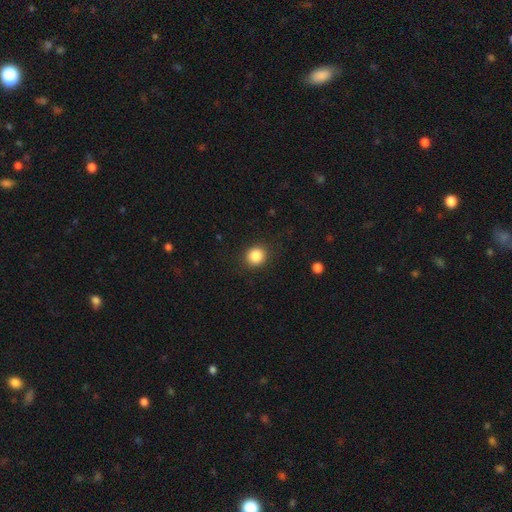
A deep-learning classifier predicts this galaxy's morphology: Q: Smooth or featured?
A: smooth (86%); runner-up: star or artifact (10%)
Q: How rounded?
A: round (86%); runner-up: in between (13%)
Q: Merging?
A: none (89%); runner-up: minor disturbance (7%)